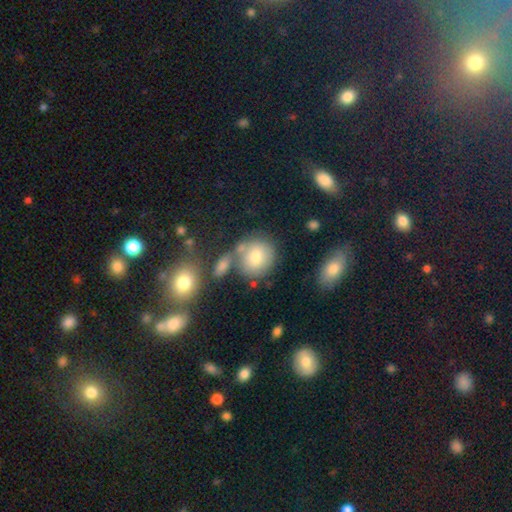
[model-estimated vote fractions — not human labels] Smooth or featured? Predicted: smooth (p=0.59). How rounded? Predicted: round (p=0.70). Merging? Predicted: none (p=0.64).